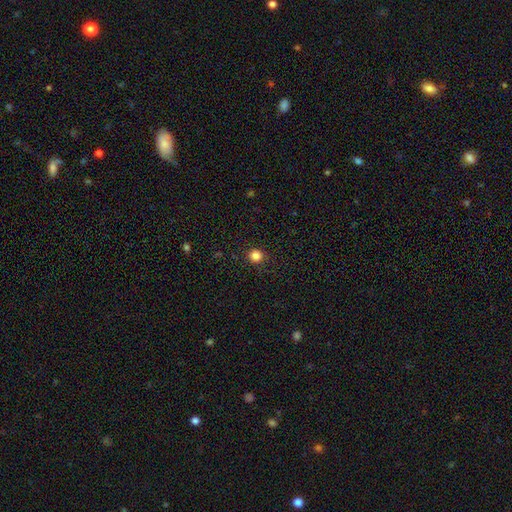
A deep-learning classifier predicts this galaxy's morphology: type=smooth (84%); roundness=round (93%); merging=none (91%).